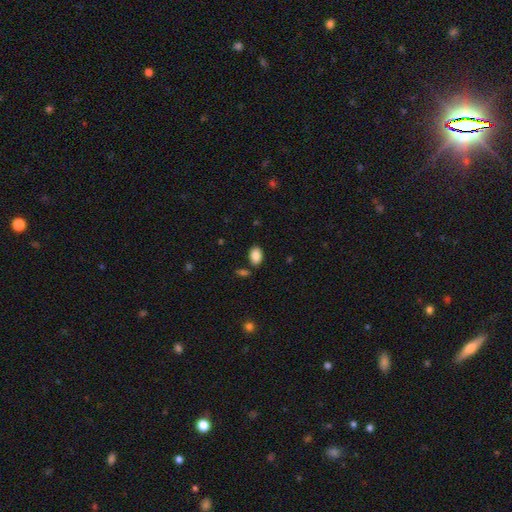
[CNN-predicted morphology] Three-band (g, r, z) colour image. It shows a smooth galaxy with no disk features (88%) that is in between round and cigar-shaped (87%). Merging: none (80%).